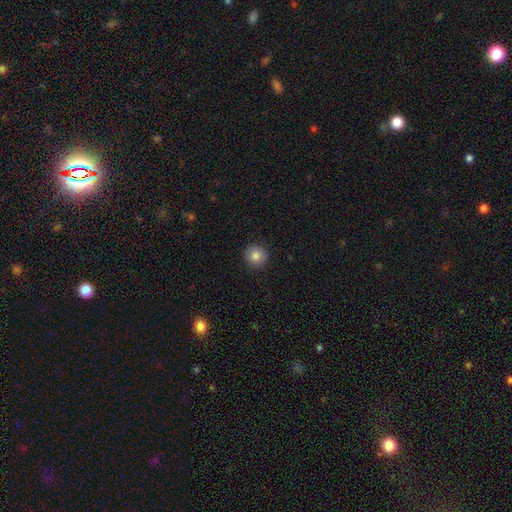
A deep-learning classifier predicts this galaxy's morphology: Smooth or featured? Predicted: smooth (p=0.83). How rounded? Predicted: round (p=0.94). Merging? Predicted: none (p=0.91).